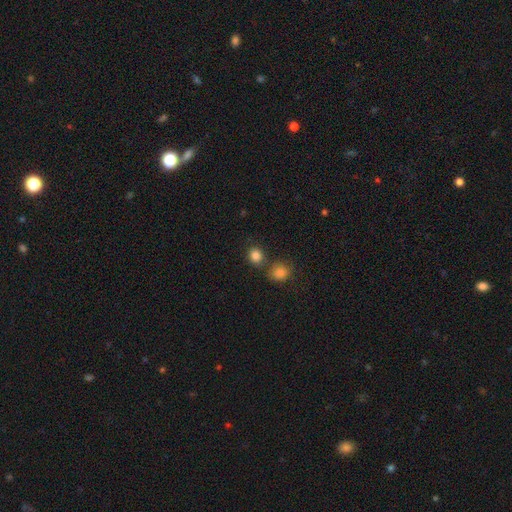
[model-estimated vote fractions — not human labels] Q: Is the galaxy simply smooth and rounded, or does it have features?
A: smooth — 83%.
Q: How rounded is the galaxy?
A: round — 78%.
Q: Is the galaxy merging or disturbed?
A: none — 68%.